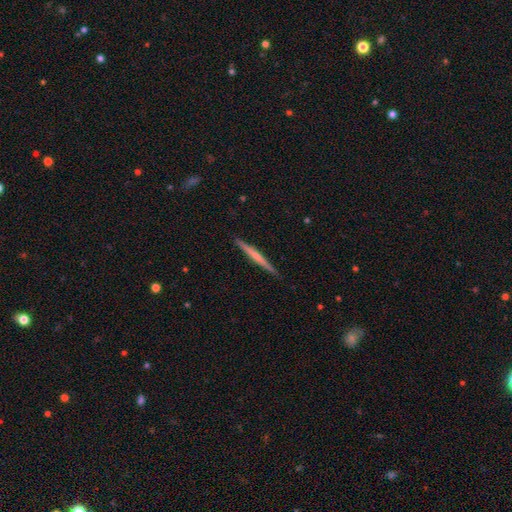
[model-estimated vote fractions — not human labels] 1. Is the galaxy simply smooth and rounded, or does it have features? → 55% featured or disk, 40% smooth, 6% star or artifact.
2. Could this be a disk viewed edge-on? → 98% yes, 2% no.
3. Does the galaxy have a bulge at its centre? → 63% none, 28% rounded, 9% boxy.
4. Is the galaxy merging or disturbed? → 91% none, 7% minor disturbance, 1% major disturbance, 1% merger.